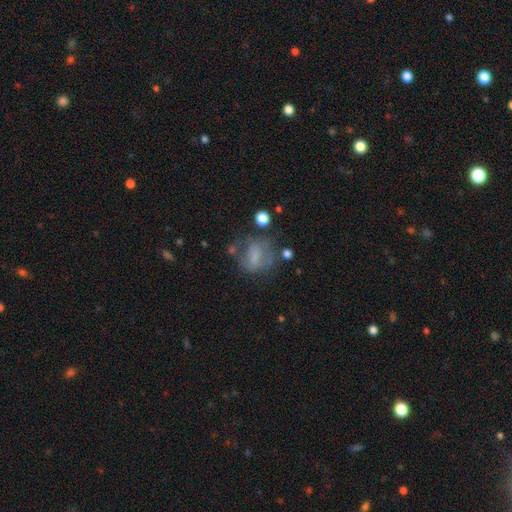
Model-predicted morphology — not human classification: Overall: smooth (55%; featured or disk 32%). How rounded: round (50%; in between 48%). Merging: none (47%; minor disturbance 23%).